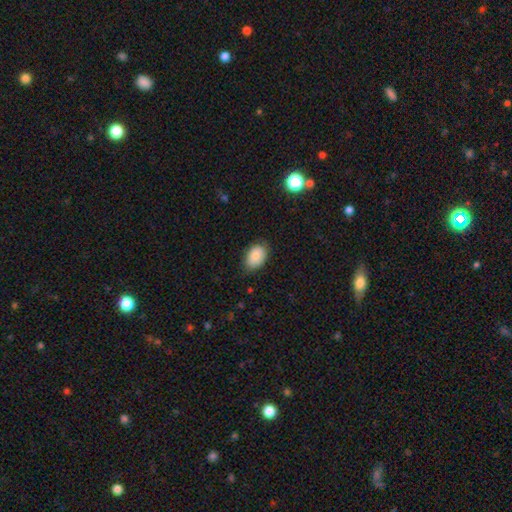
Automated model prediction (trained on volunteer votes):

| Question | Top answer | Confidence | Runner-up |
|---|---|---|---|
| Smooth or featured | smooth | 87% | star or artifact (7%) |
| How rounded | in between | 87% | round (12%) |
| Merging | none | 77% | minor disturbance (19%) |